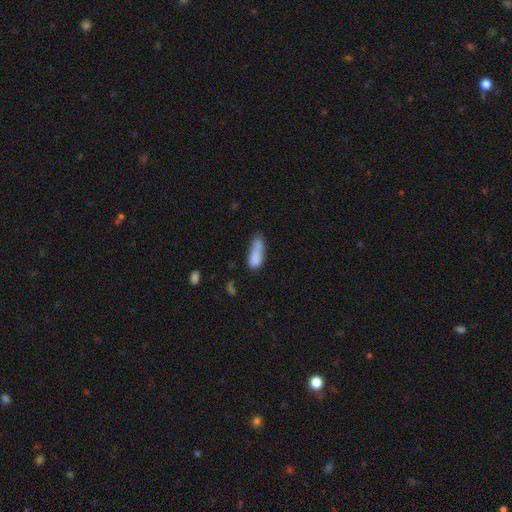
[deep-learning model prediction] The model was most divided on "merging": none: 37%, minor disturbance: 28%, merger: 22%, major disturbance: 13%. More confident: smooth or featured — smooth (78%); how rounded — in between (60%).